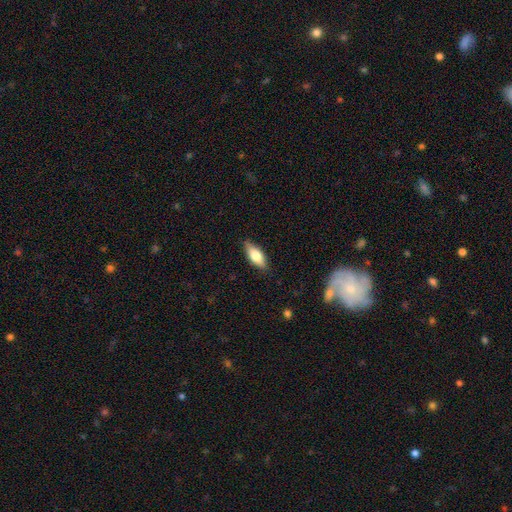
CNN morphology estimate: Smooth or featured? Predicted: smooth (p=0.75). How rounded? Predicted: in between (p=0.80). Merging? Predicted: none (p=0.83).